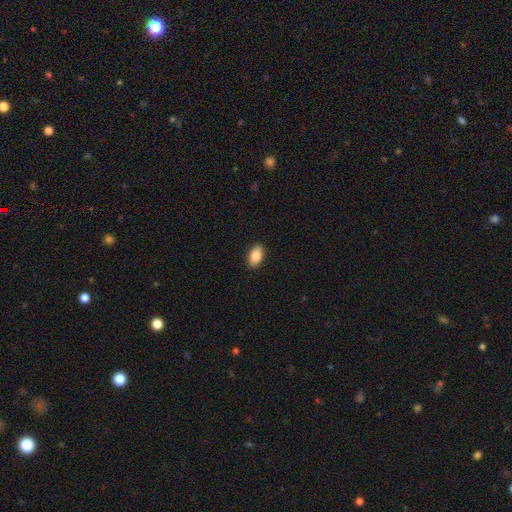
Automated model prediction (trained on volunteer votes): Smooth or featured: smooth — 87% (star or artifact — 7%)
How rounded: in between — 93% (round — 5%)
Merging: none — 90% (minor disturbance — 8%)